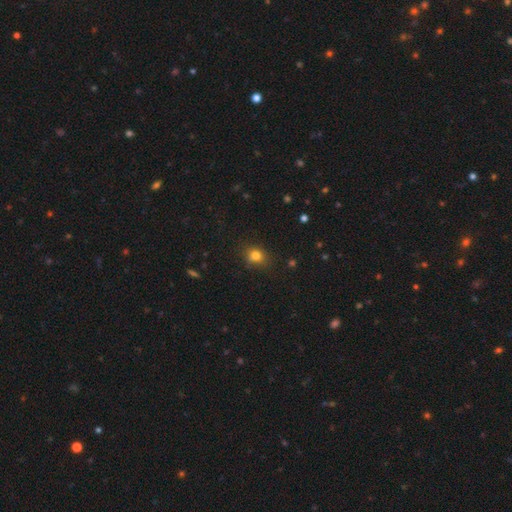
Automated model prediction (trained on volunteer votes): This appears to be a smooth galaxy with no disk features (80%) that is round (63%). Merging: none (80%).